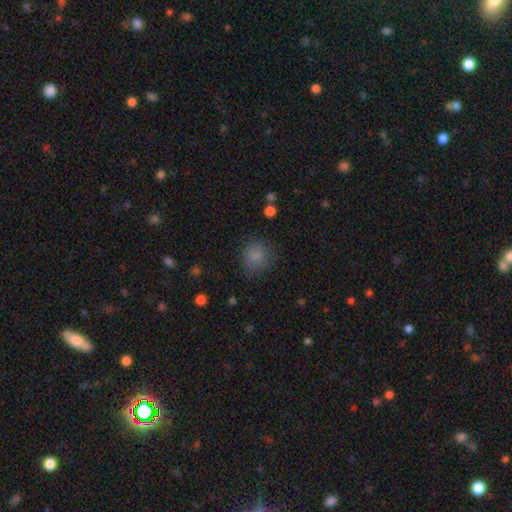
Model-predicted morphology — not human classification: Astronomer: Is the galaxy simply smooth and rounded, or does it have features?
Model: smooth — 83%.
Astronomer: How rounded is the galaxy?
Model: round — 82%.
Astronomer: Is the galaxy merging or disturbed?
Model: none — 75%.